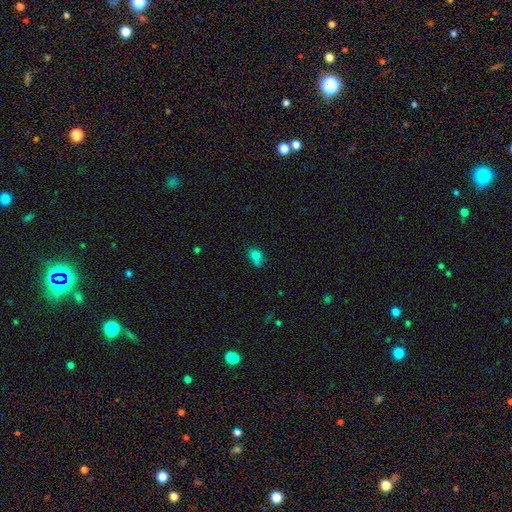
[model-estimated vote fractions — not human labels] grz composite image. It shows a smooth galaxy with no disk features (77%) that is in between round and cigar-shaped (69%). Merging: none (46%).